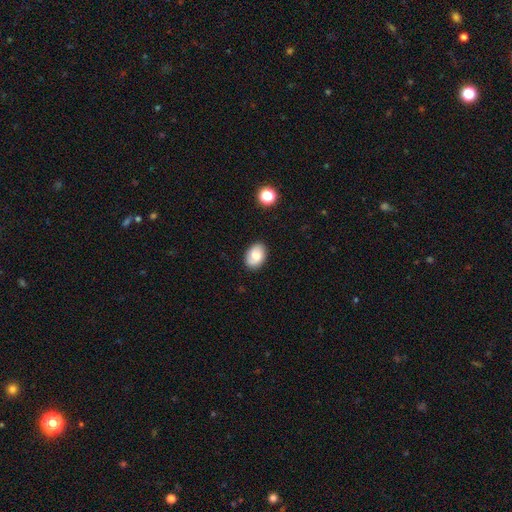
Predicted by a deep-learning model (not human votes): smooth-or-featured: smooth: 69% | featured or disk: 22% | star or artifact: 9%
  how-rounded: in between: 80% | round: 19% | cigar-shaped: 1%
  merging: none: 83% | minor disturbance: 13% | major disturbance: 3% | merger: 2%